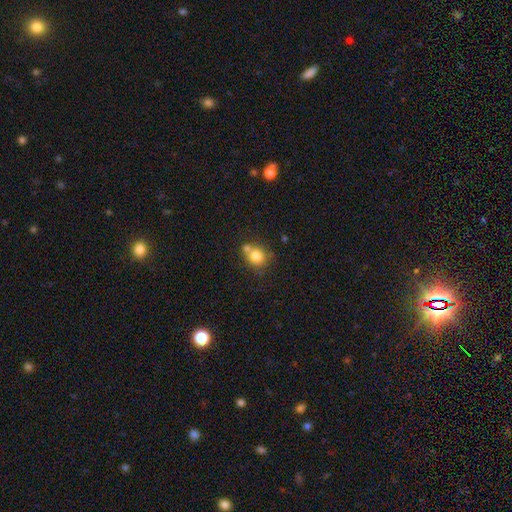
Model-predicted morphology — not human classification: A smooth galaxy with no disk features (79%) that is round (79%).

Vote fractions:
- Smooth or featured? smooth: 79% / star or artifact: 11% / featured or disk: 10%
- How rounded? round: 79% / in between: 20% / cigar-shaped: 1%
- Merging? none: 51% / merger: 34% / minor disturbance: 12% / major disturbance: 4%